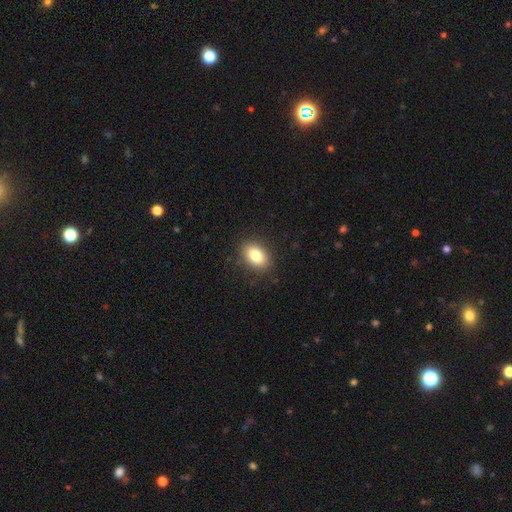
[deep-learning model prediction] smooth 82%, featured or disk 9%, star or artifact 9%. Down the decision tree: how rounded — in between (84%); merging — none (87%).